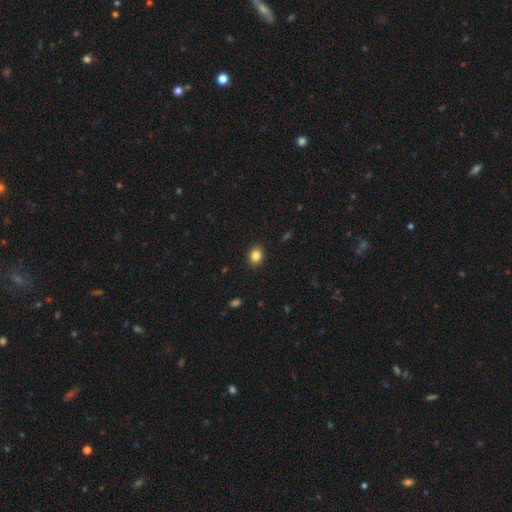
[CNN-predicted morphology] type=smooth (85%); roundness=in between (54%); merging=none (90%).